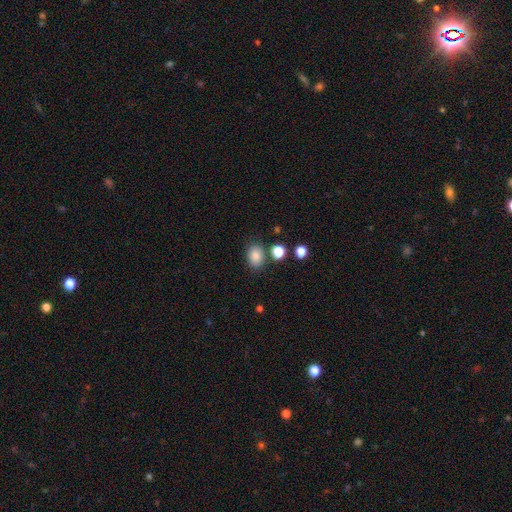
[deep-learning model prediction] Smooth or featured? Predicted: smooth (p=0.83). How rounded? Predicted: in between (p=0.67). Merging? Predicted: none (p=0.78).